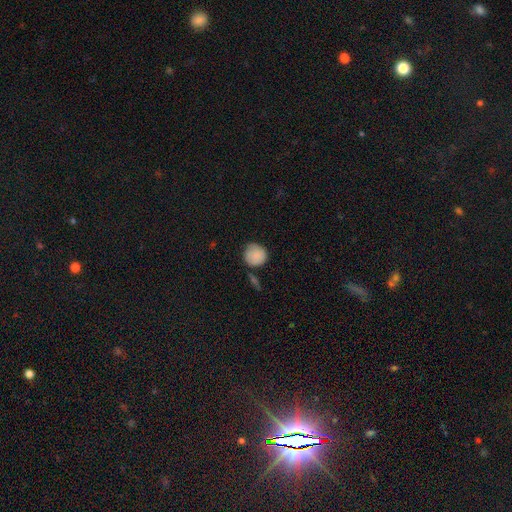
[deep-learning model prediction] The model was most divided on "merging": none: 70%, minor disturbance: 21%, merger: 5%, major disturbance: 4%. More confident: how rounded — round (89%); smooth or featured — smooth (88%).